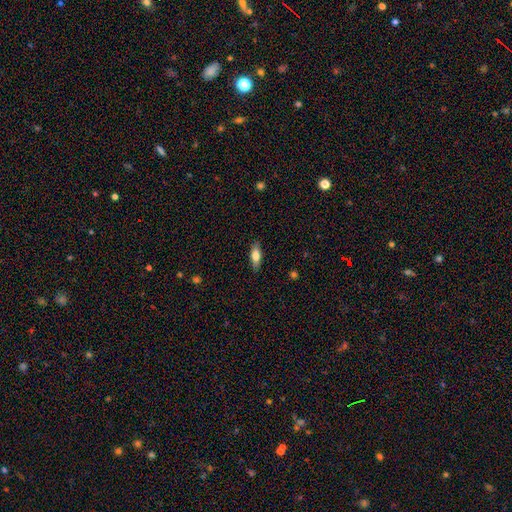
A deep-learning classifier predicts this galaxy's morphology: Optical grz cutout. It shows a smooth galaxy with no disk features (74%) that is in between round and cigar-shaped (64%). Merging: none (87%).